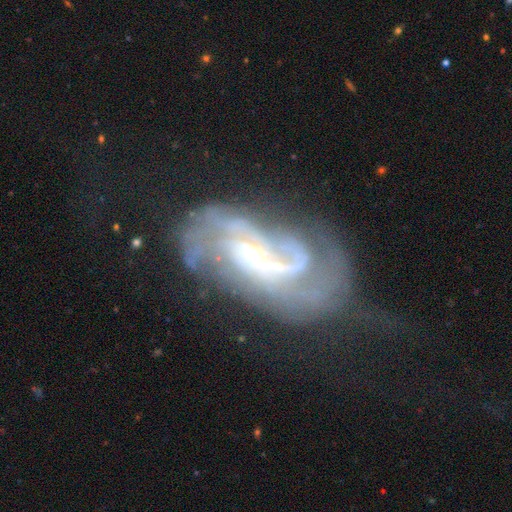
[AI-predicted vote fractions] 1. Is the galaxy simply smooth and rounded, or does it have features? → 87% featured or disk, 7% star or artifact, 6% smooth.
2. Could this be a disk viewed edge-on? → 96% no, 4% yes.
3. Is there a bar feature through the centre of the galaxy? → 41% weak, 36% no, 23% strong.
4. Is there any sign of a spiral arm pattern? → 94% yes, 6% no.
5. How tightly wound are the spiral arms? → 43% medium, 36% tight, 21% loose.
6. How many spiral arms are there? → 40% 2, 24% can't tell, 17% 3, 7% 1, 7% 4, 5% more than 4.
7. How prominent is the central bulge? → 66% small, 28% moderate, 3% none, 2% large, 1% dominant.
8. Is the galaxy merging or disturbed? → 37% none, 33% major disturbance, 19% minor disturbance, 10% merger.